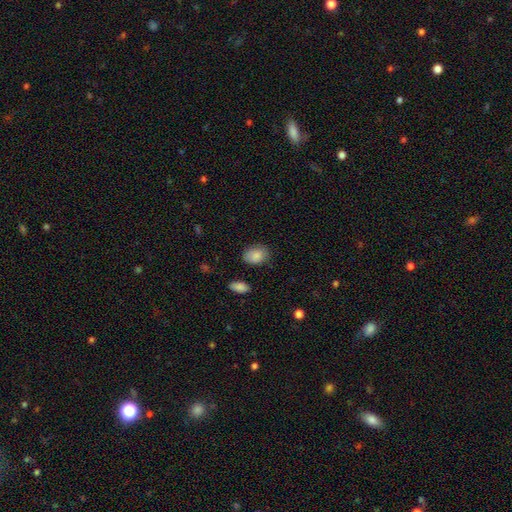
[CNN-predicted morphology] This appears to be a smooth galaxy with no disk features (87%) that is in between round and cigar-shaped (75%). Merging: none (78%).